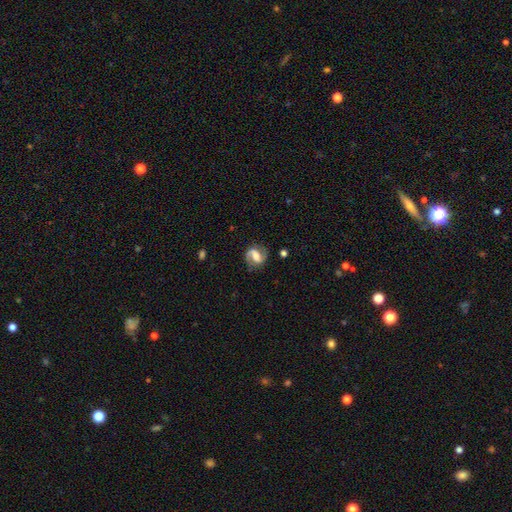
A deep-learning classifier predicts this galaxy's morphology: featured or disk 81%, smooth 13%, star or artifact 6%. Down the decision tree: edge-on disk — no (97%); bar — weak (43%); spiral arms — yes (94%); spiral arm count — 2 (90%); spiral winding — medium (52%); bulge size — moderate (51%); merging — none (80%).